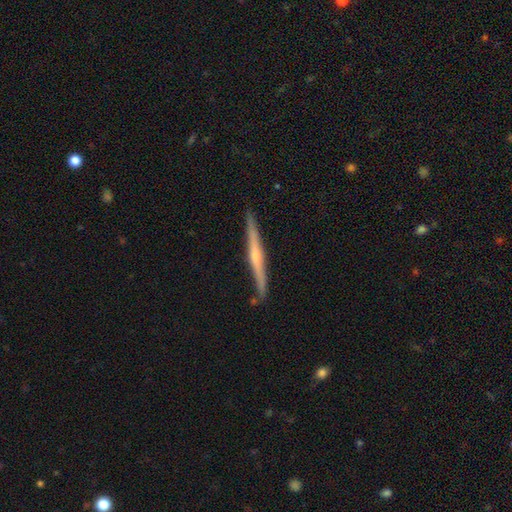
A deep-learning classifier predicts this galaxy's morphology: Smooth or featured?
  - featured or disk: 72% *
  - smooth: 23%
  - star or artifact: 5%
Edge-on disk?
  - yes: 98% *
  - no: 2%
Edge-on bulge?
  - rounded: 66% *
  - none: 27%
  - boxy: 7%
Merging?
  - none: 88% *
  - minor disturbance: 9%
  - merger: 2%
  - major disturbance: 2%